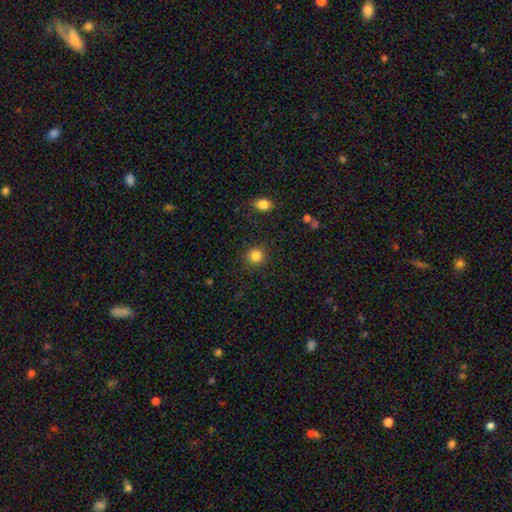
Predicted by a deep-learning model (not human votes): The model was most divided on "smooth or featured": smooth: 84%, star or artifact: 11%, featured or disk: 4%. More confident: how rounded — round (91%); merging — none (90%).